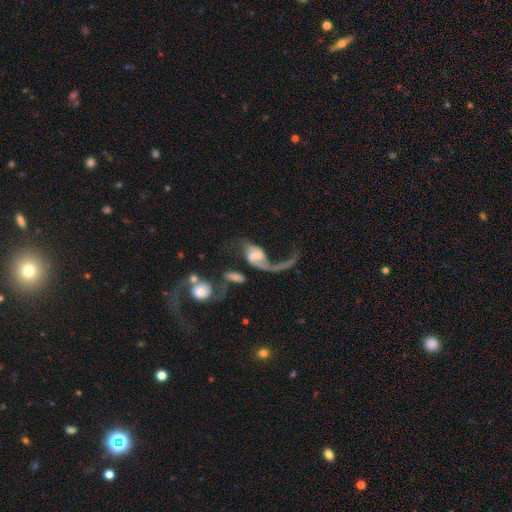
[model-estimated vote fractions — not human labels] Smooth or featured? Predicted: featured or disk (p=0.78). Edge-on disk? Predicted: no (p=0.96). Bar? Predicted: weak (p=0.47). Spiral arms? Predicted: yes (p=0.89). Spiral winding? Predicted: loose (p=0.84). Spiral arm count? Predicted: 2 (p=0.52). Bulge size? Predicted: moderate (p=0.34). Merging? Predicted: major disturbance (p=0.39).